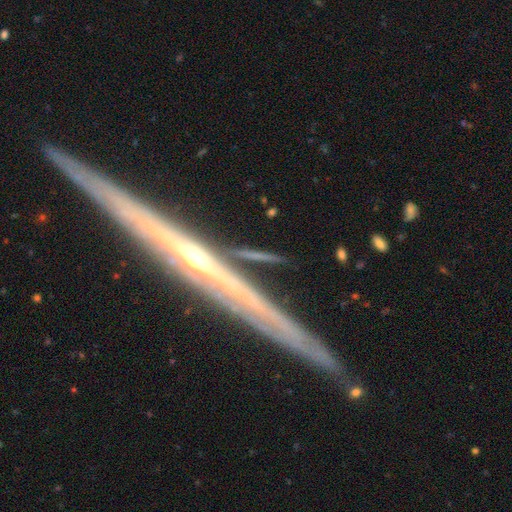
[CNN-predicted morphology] Q: Smooth or featured?
A: featured or disk (71%); runner-up: smooth (19%)
Q: Edge-on disk?
A: yes (88%); runner-up: no (12%)
Q: Edge-on bulge?
A: rounded (62%); runner-up: none (30%)
Q: Merging?
A: none (81%); runner-up: minor disturbance (11%)